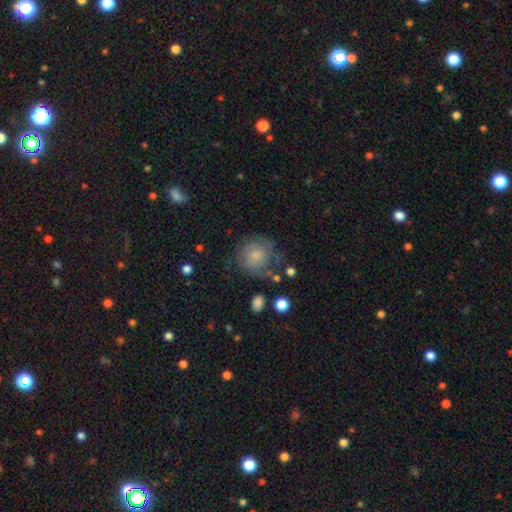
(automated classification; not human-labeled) The model was most divided on "smooth or featured": smooth: 57%, featured or disk: 34%, star or artifact: 9%. More confident: how rounded — round (84%); merging — none (55%).